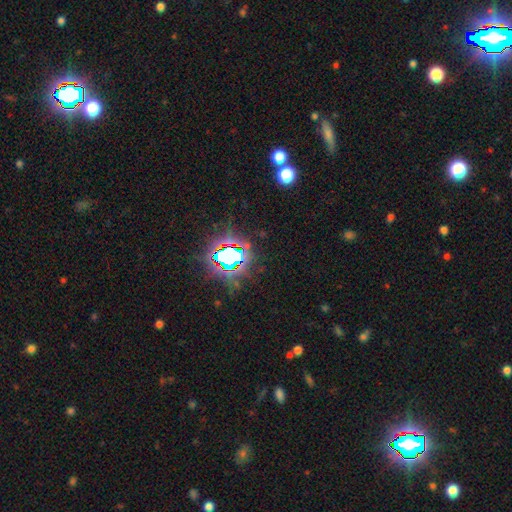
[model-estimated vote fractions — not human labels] A star or artifact, not a galaxy (80%).

Vote fractions:
- Smooth or featured? star or artifact: 80% / smooth: 12% / featured or disk: 8%